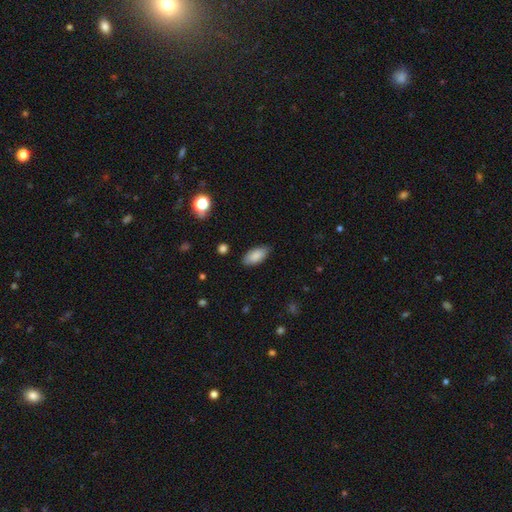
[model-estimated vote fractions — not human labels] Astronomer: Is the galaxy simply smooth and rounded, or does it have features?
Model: smooth — 87%.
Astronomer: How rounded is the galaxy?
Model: in between — 92%.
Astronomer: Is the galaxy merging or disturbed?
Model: none — 82%.